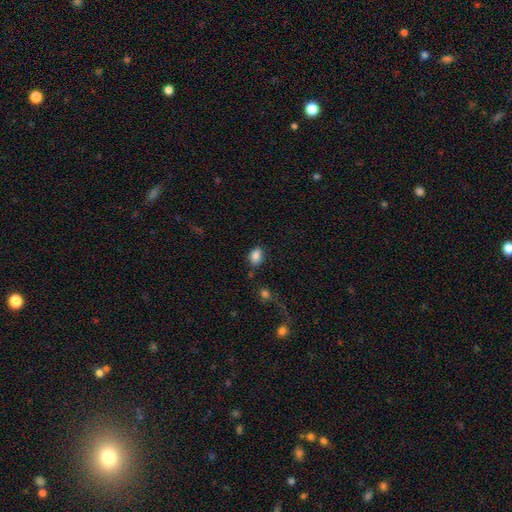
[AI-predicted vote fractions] Morphology: type=smooth (86%); roundness=in between (74%); merging=none (73%).